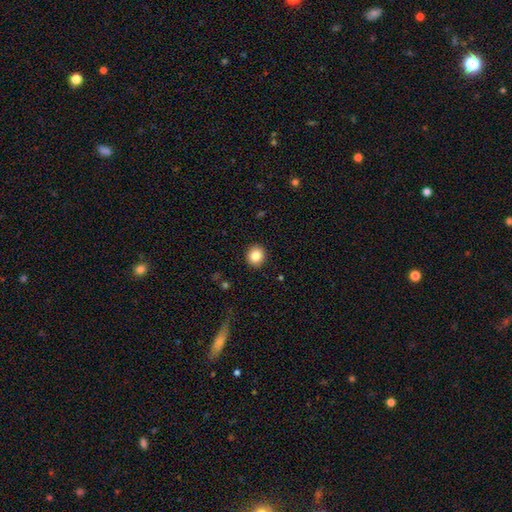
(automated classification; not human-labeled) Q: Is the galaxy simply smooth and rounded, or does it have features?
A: smooth — 84%.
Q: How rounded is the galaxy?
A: round — 88%.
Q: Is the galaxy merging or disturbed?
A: none — 92%.